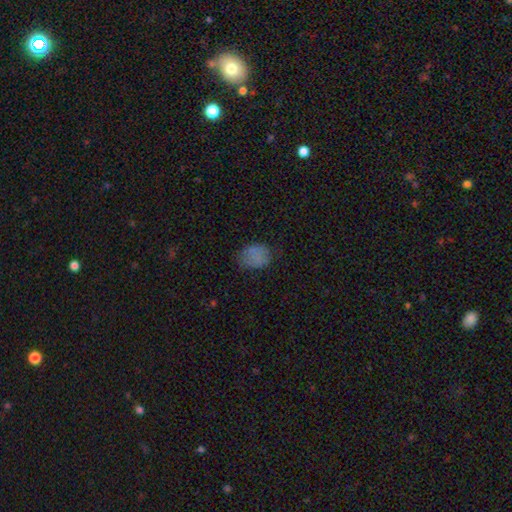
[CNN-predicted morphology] Overall: smooth (76%). How rounded: in between (67%; round 32%). Merging: none (64%; minor disturbance 25%).